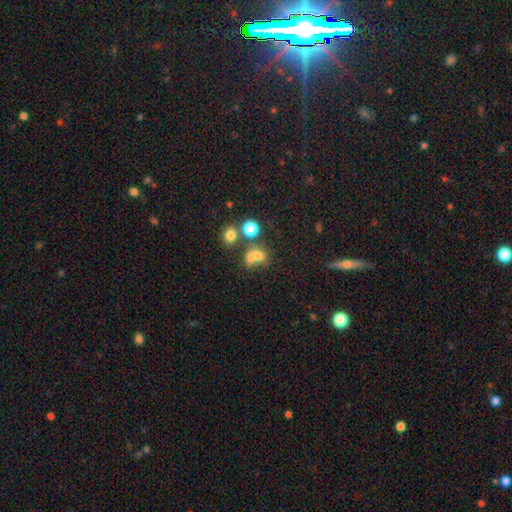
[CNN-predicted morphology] The model was most divided on "merging": merger: 48%, none: 33%, minor disturbance: 11%, major disturbance: 9%. More confident: smooth or featured — smooth (66%); how rounded — round (60%).